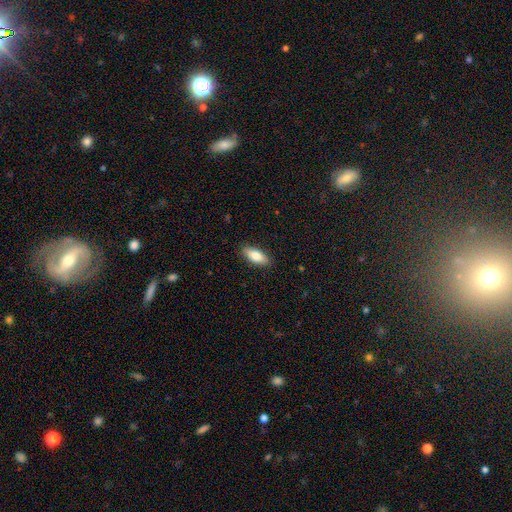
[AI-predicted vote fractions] Q: Smooth or featured?
A: smooth (83%); runner-up: featured or disk (11%)
Q: How rounded?
A: in between (80%); runner-up: cigar-shaped (18%)
Q: Merging?
A: none (87%); runner-up: minor disturbance (10%)